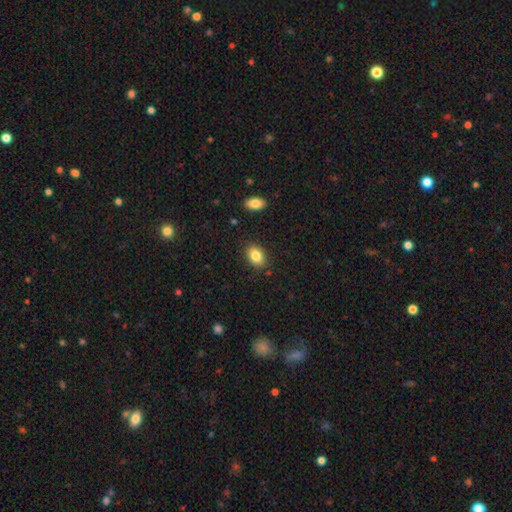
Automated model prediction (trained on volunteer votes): Overall: smooth (84%). How rounded: in between (84%). Merging: none (86%).